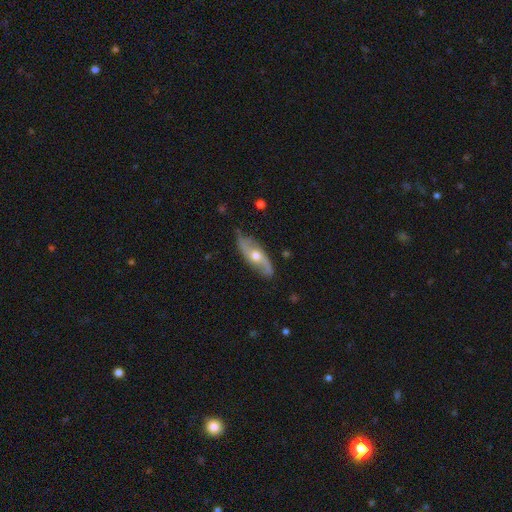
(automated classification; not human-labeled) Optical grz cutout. It shows a featured or disk galaxy (74%) with no bar (67%), spiral arms (88%) and a moderate central bulge (74%). Merging: none (81%).